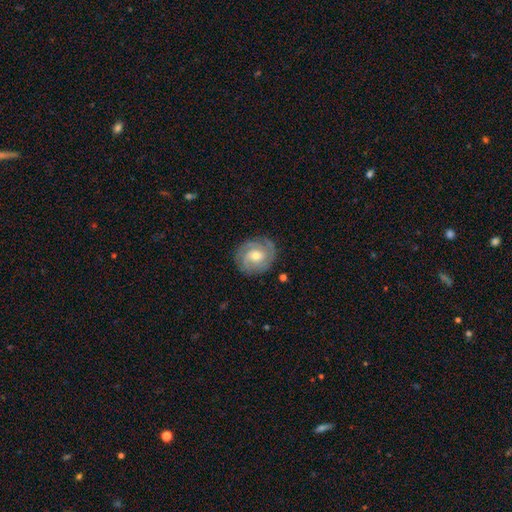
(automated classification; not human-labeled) Morphology: type=featured or disk (79%); edge-on=no (97%); bar=no (63%); spiral arms=yes (95%); winding=tight (65%); arm count=3 (35%); bulge=moderate (60%); merging=none (82%).